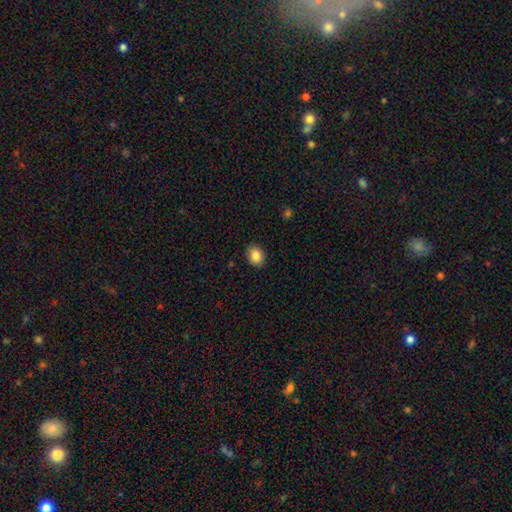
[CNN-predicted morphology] This appears to be a smooth galaxy with no disk features (87%) that is in between round and cigar-shaped (51%). Merging: none (89%).